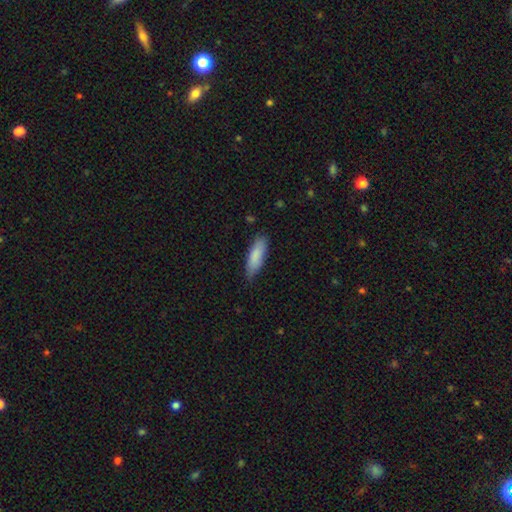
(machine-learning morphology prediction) Smooth or featured? Predicted: smooth (p=0.86). How rounded? Predicted: in between (p=0.50). Merging? Predicted: none (p=0.80).